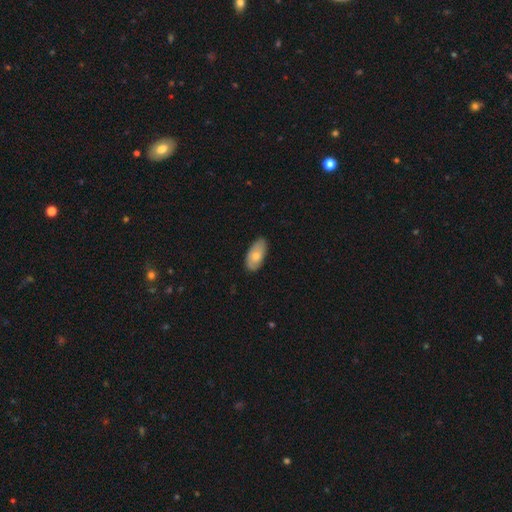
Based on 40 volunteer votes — smooth-or-featured: smooth: 75% | featured or disk: 25% | star or artifact: 0%
  how-rounded: in between: 93% | cigar-shaped: 7% | round: 0%
  merging: none: 75% | minor disturbance: 22% | major disturbance: 2% | merger: 0%